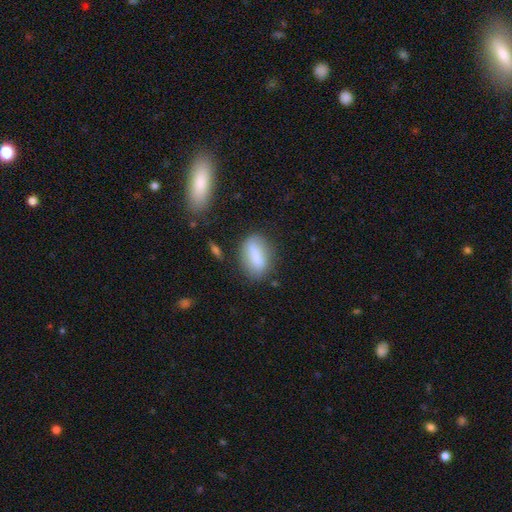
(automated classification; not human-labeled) The model was most divided on "smooth or featured": smooth: 73%, featured or disk: 19%, star or artifact: 8%. More confident: how rounded — in between (76%); merging — none (73%).